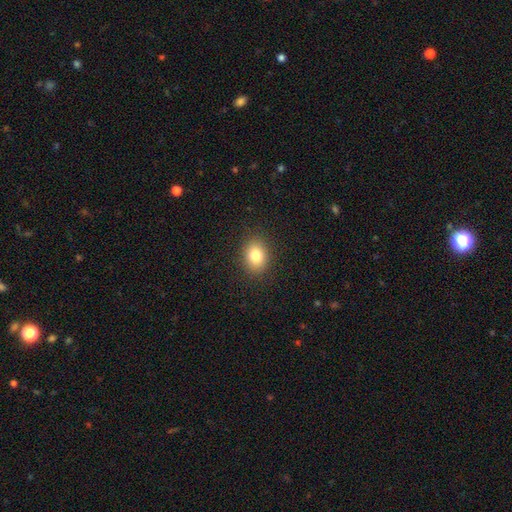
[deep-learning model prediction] Q: Smooth or featured?
A: smooth (81%); runner-up: star or artifact (10%)
Q: How rounded?
A: in between (61%); runner-up: round (38%)
Q: Merging?
A: none (89%); runner-up: minor disturbance (8%)